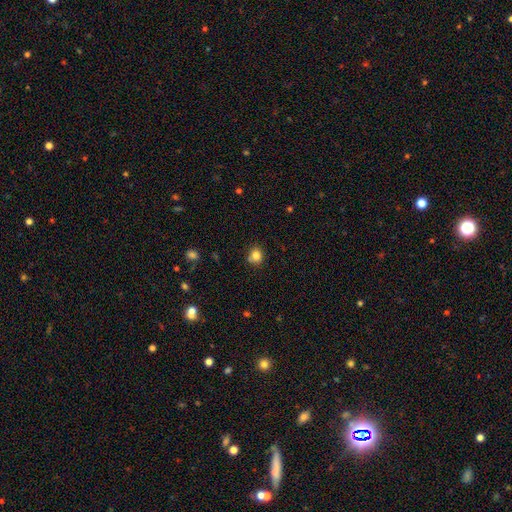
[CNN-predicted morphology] This appears to be a smooth galaxy with no disk features (83%) that is round (73%). Merging: none (72%).